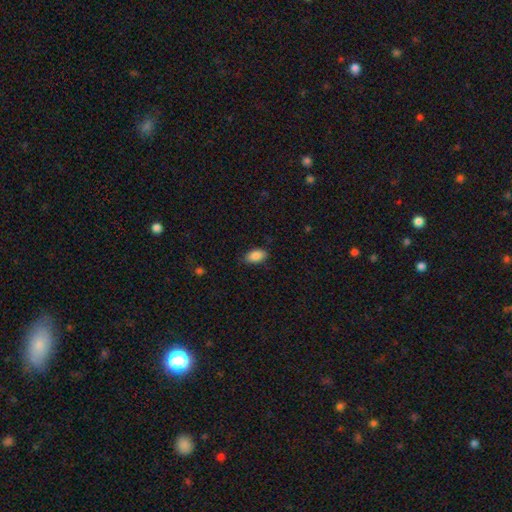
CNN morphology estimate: This appears to be a smooth galaxy with no disk features (88%) that is in between round and cigar-shaped (93%). Merging: none (80%).